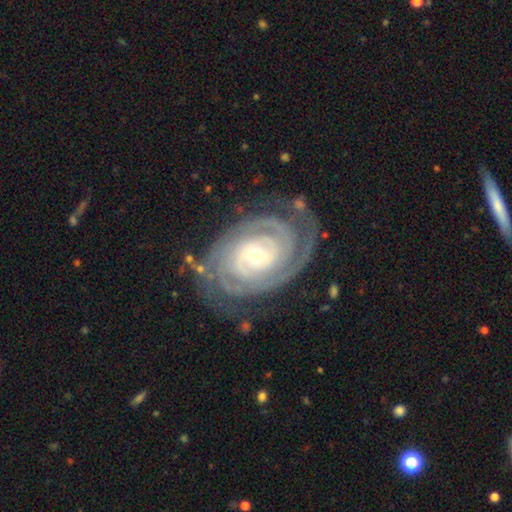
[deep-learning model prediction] featured or disk 92%, star or artifact 4%, smooth 4%. Down the decision tree: edge-on disk — no (97%); bar — no (62%); spiral arms — yes (98%); spiral arm count — 2 (46%); spiral winding — tight (83%); bulge size — small (55%); merging — none (75%).